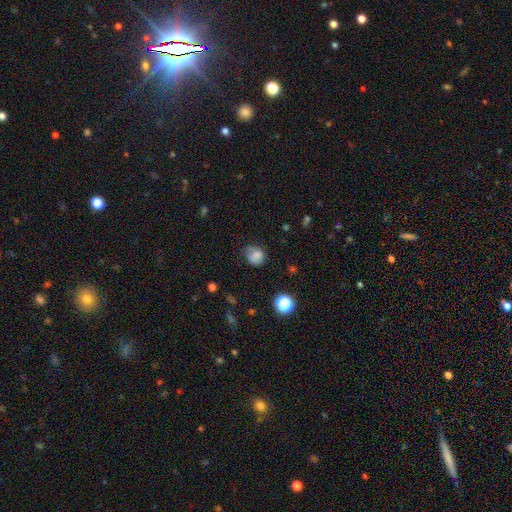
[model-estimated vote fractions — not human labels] Smooth or featured?
  - smooth: 78% *
  - star or artifact: 13%
  - featured or disk: 9%
How rounded?
  - round: 71% *
  - in between: 28%
  - cigar-shaped: 1%
Merging?
  - none: 56% *
  - minor disturbance: 30%
  - major disturbance: 11%
  - merger: 3%